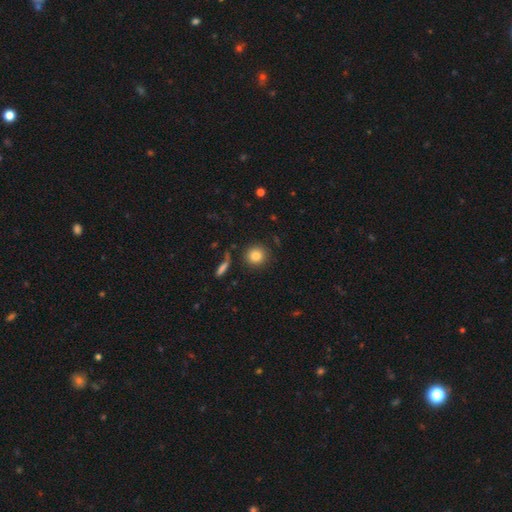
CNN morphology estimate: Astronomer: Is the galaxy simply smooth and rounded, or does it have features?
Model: smooth — 84%.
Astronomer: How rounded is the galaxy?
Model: round — 91%.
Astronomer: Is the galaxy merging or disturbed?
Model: none — 86%.